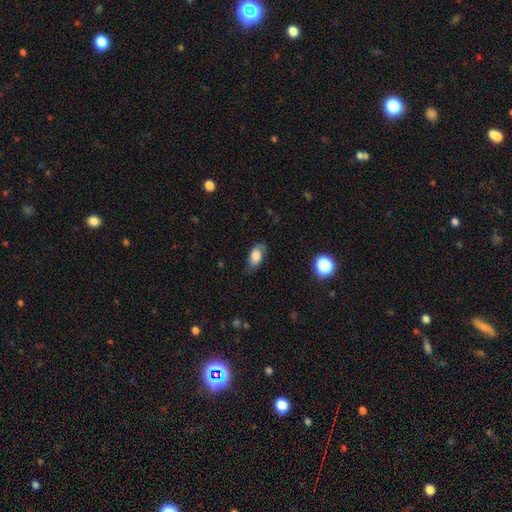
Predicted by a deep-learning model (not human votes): Overall: smooth (72%). How rounded: in between (90%). Merging: none (70%).